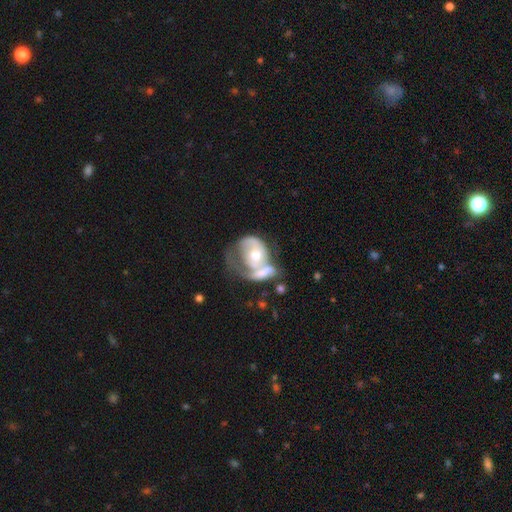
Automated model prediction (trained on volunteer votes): Smooth or featured? Predicted: featured or disk (p=0.66). Edge-on disk? Predicted: no (p=0.96). Bar? Predicted: no (p=0.74). Spiral arms? Predicted: yes (p=0.55). Bulge size? Predicted: moderate (p=0.67). Merging? Predicted: merger (p=0.51).